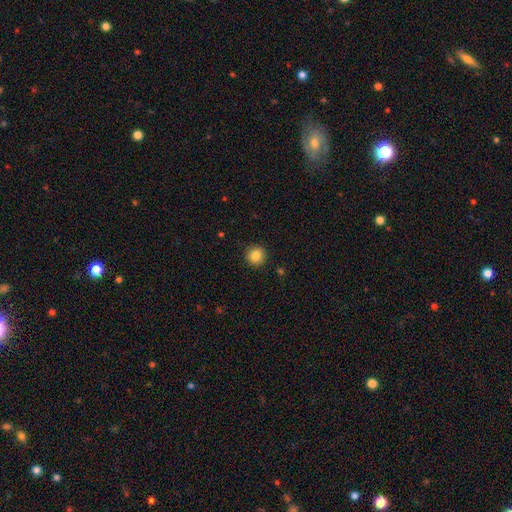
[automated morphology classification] smooth-or-featured: smooth: 84% | star or artifact: 10% | featured or disk: 6%
  how-rounded: round: 95% | in between: 4% | cigar-shaped: 1%
  merging: none: 92% | minor disturbance: 5% | major disturbance: 2% | merger: 1%